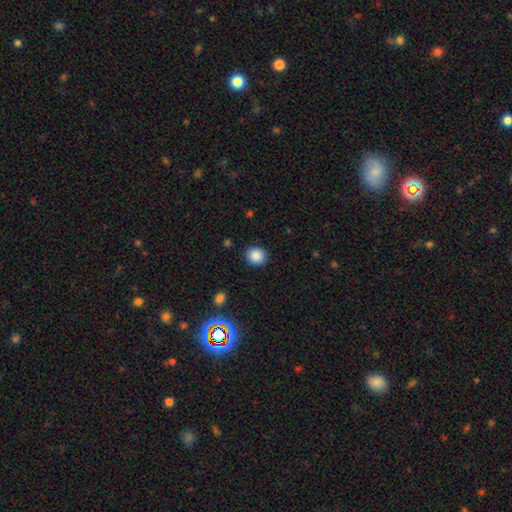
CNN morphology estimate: Overall: smooth (85%). How rounded: round (84%). Merging: none (90%).